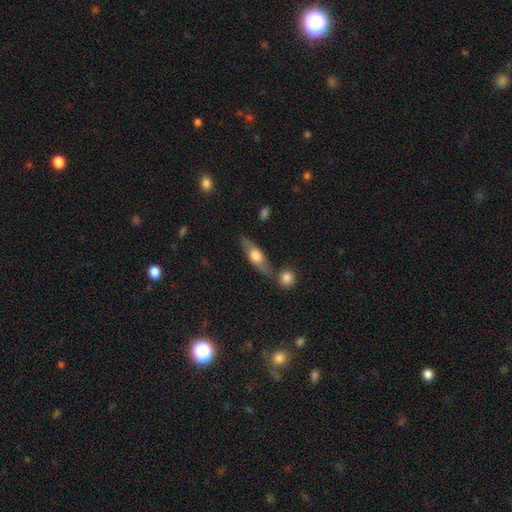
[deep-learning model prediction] Q: Smooth or featured?
A: smooth (48%); runner-up: featured or disk (46%)
Q: Merging?
A: none (71%); runner-up: minor disturbance (14%)